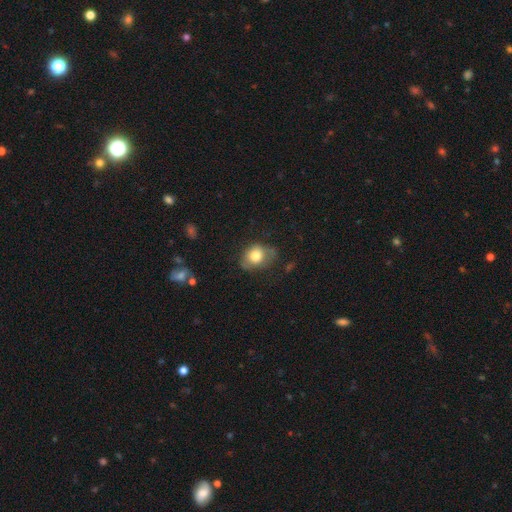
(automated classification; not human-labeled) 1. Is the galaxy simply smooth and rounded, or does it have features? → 74% smooth, 18% featured or disk, 8% star or artifact.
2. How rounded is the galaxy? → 58% in between, 41% round, 1% cigar-shaped.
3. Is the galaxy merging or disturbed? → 56% none, 29% minor disturbance, 12% major disturbance, 2% merger.